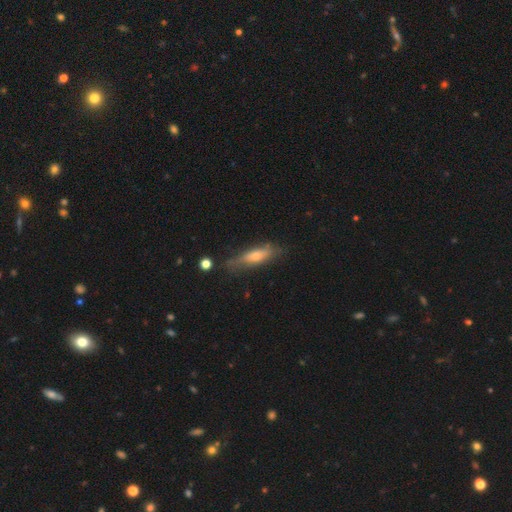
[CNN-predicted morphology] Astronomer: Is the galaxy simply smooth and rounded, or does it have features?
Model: smooth — 52% (runner-up: featured or disk, 40%).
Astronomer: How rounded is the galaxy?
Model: cigar-shaped — 67%.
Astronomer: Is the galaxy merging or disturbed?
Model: none — 64%.